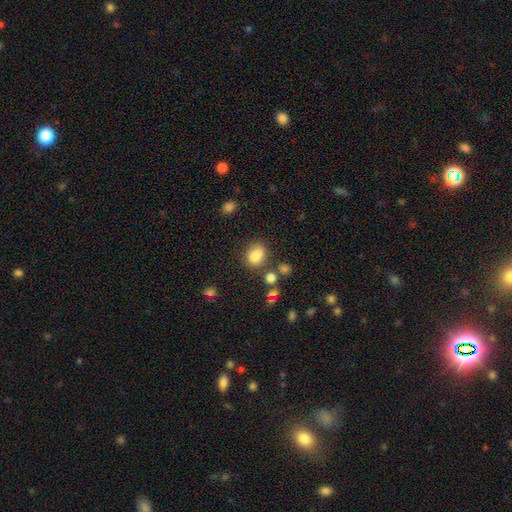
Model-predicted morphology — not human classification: smooth 83%, star or artifact 11%, featured or disk 6%. Down the decision tree: how rounded — in between (60%); merging — none (66%).